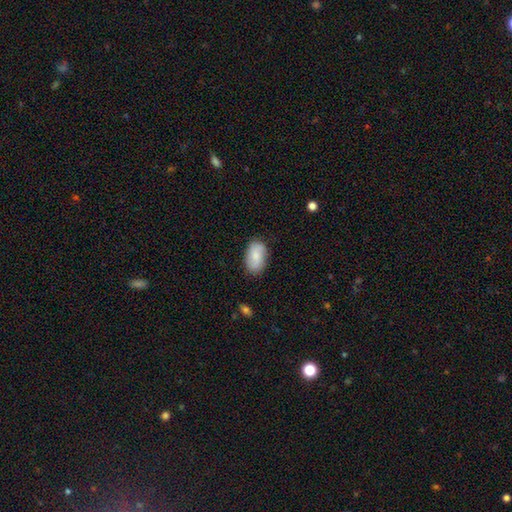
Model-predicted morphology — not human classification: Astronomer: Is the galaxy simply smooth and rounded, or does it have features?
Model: smooth — 71%.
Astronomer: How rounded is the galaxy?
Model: in between — 91%.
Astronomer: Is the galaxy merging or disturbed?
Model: none — 78%.